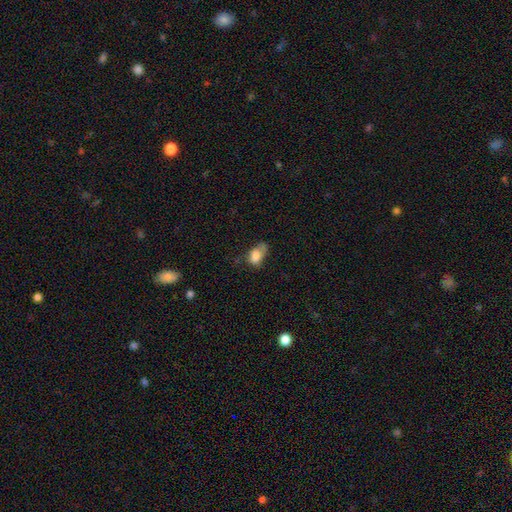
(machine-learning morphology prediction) This appears to be a smooth galaxy with no disk features (77%) that is in between round and cigar-shaped (85%). Merging: minor disturbance (36%).